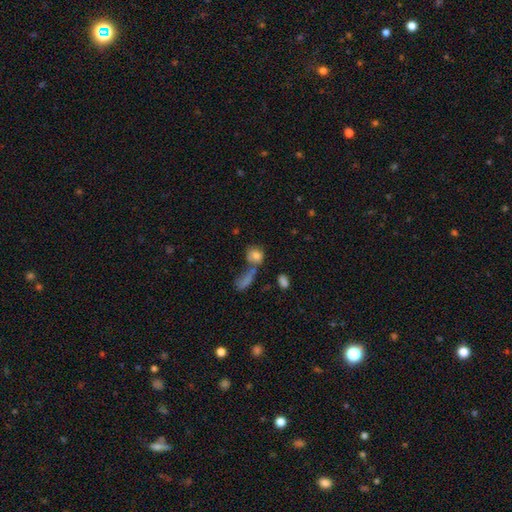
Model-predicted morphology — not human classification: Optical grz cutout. It shows a smooth galaxy with no disk features (78%) that is round (58%). Merging: none (42%).